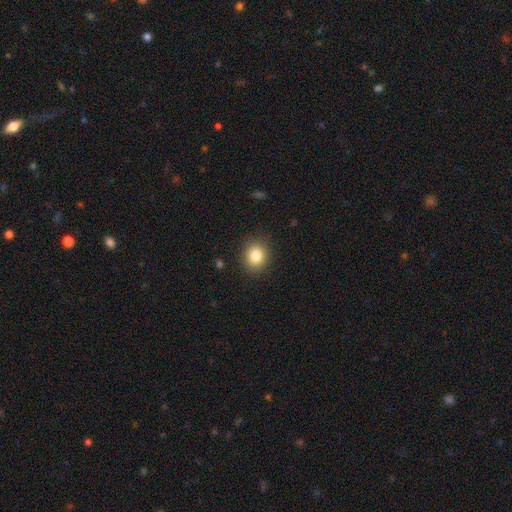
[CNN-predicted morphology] smooth 83%, star or artifact 10%, featured or disk 7%. Down the decision tree: how rounded — round (69%); merging — none (88%).